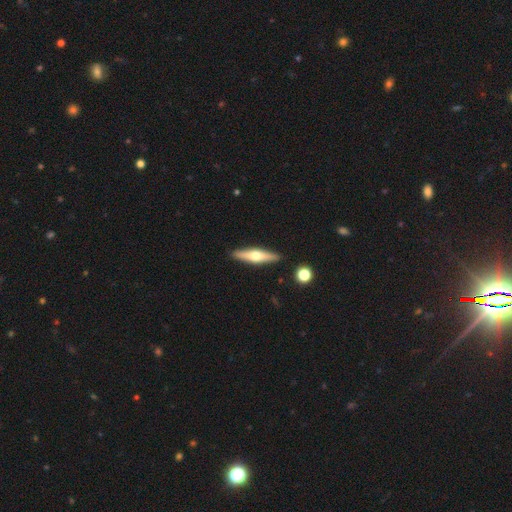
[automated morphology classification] type=featured or disk (57%); edge-on=yes (94%); edge-on bulge=rounded (93%); merging=none (90%).